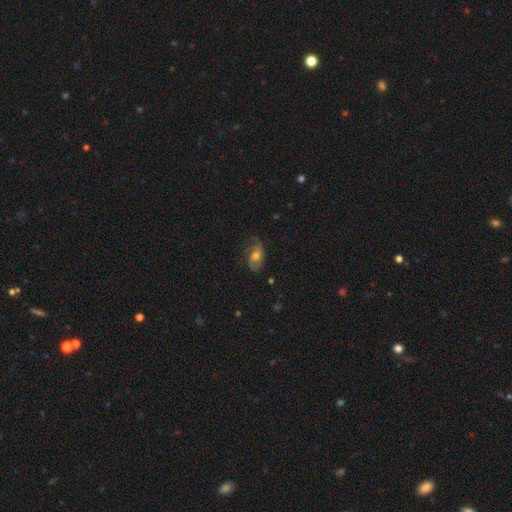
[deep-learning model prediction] A featured or disk galaxy (52%). Merging: none (63%).